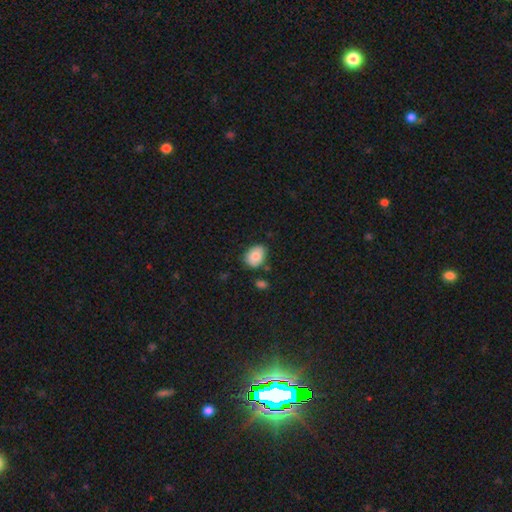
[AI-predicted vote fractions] This appears to be a smooth galaxy with no disk features (80%) that is in between round and cigar-shaped (64%). Merging: none (72%).